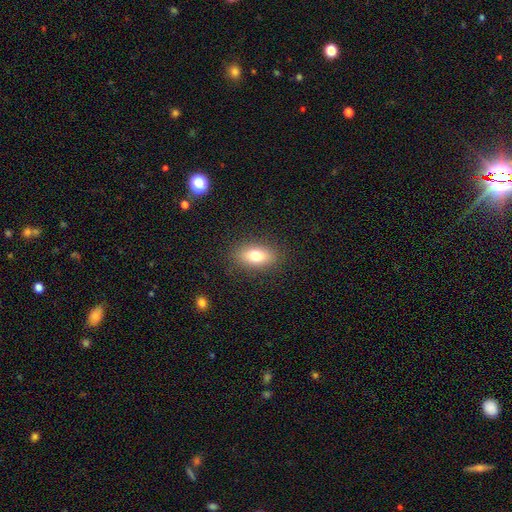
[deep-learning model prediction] Smooth or featured?
  - smooth: 75% *
  - featured or disk: 16%
  - star or artifact: 9%
How rounded?
  - in between: 84% *
  - round: 9%
  - cigar-shaped: 7%
Merging?
  - none: 87% *
  - minor disturbance: 9%
  - major disturbance: 3%
  - merger: 1%